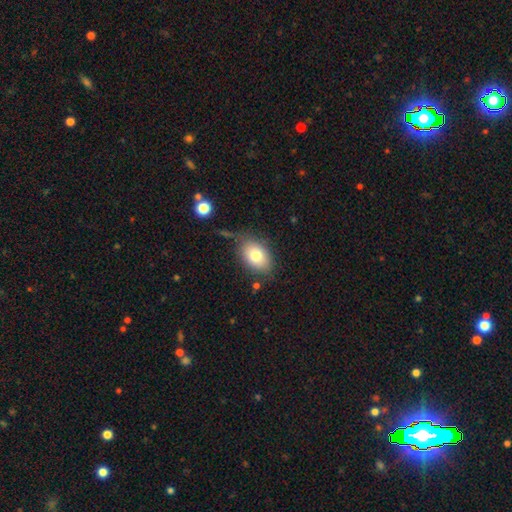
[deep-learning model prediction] smooth_or_featured: smooth (p=0.77) [alt: featured or disk p=0.15]
how_rounded: in between (p=0.81) [alt: round p=0.18]
merging: none (p=0.68) [alt: minor disturbance p=0.19]